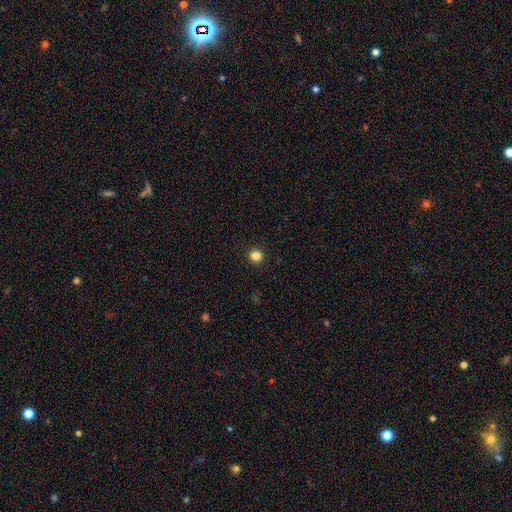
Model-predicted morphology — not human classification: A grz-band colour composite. It shows a smooth galaxy with no disk features (84%) that is round (90%). Merging: none (93%).